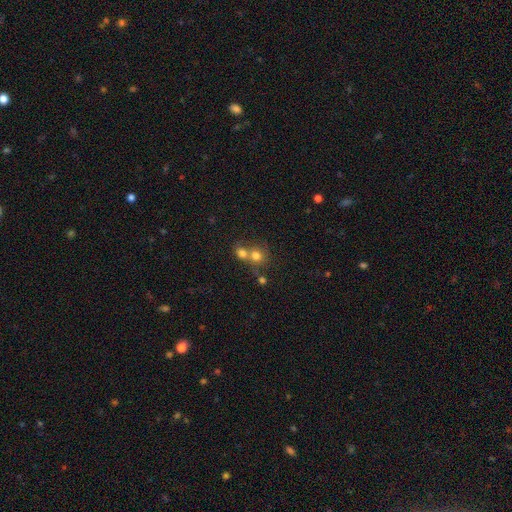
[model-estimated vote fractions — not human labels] This appears to be a smooth galaxy with no disk features (74%) that is round (81%). Merging: merger (55%).